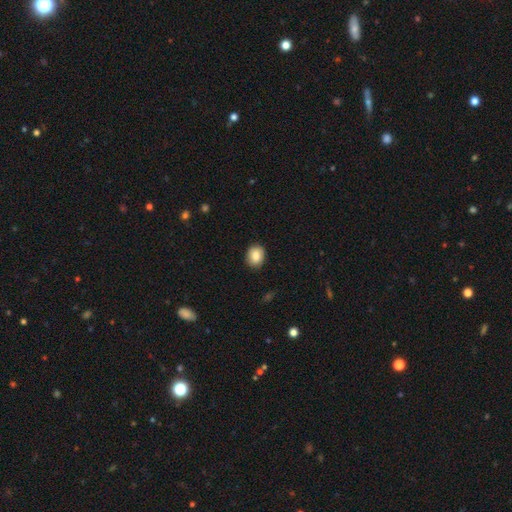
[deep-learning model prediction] A smooth galaxy with no disk features (86%) that is round (52%).

Vote fractions:
- Smooth or featured? smooth: 86% / star or artifact: 8% / featured or disk: 7%
- How rounded? round: 52% / in between: 47% / cigar-shaped: 1%
- Merging? none: 89% / minor disturbance: 8% / major disturbance: 2% / merger: 1%